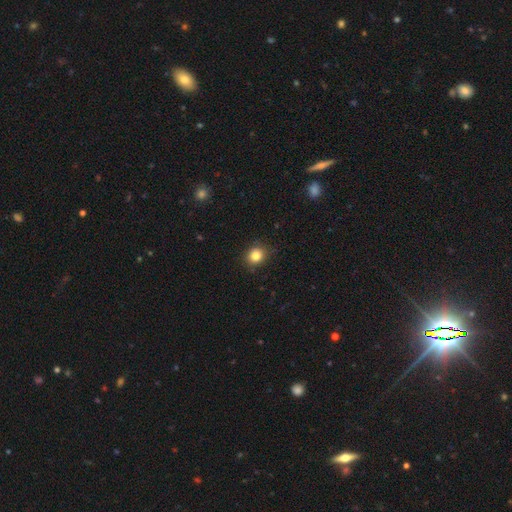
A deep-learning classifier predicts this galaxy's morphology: The model was most divided on "how rounded": round: 78%, in between: 21%, cigar-shaped: 1%. More confident: merging — none (84%); smooth or featured — smooth (83%).